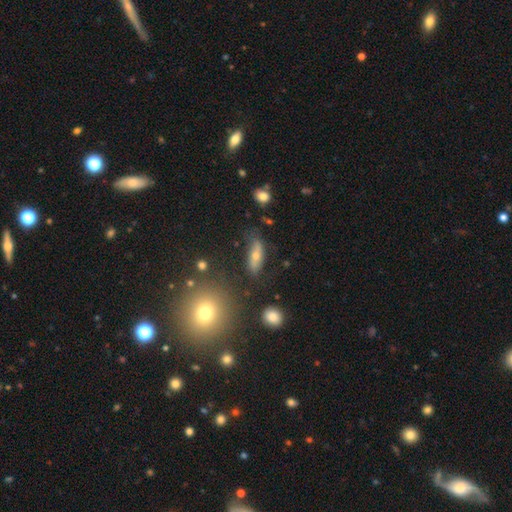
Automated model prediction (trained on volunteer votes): smooth_or_featured: smooth (p=0.54) [alt: featured or disk p=0.37]
how_rounded: in between (p=0.60) [alt: cigar-shaped p=0.35]
merging: none (p=0.65) [alt: minor disturbance p=0.21]